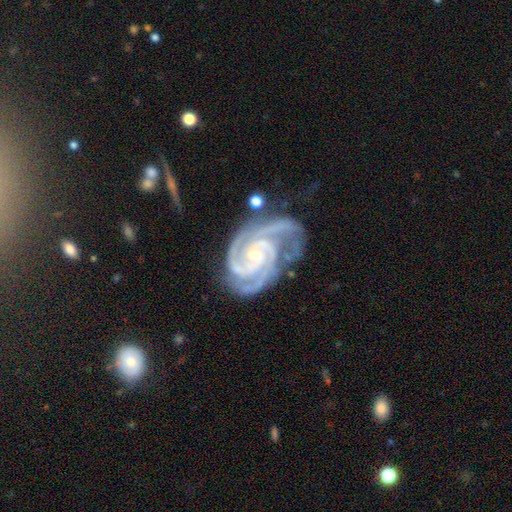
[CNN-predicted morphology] Overall: featured or disk (94%). Edge-on disk: no (98%). Bar: no (58%; weak 28%). Spiral arms: yes (99%). Spiral arm count: 3 (47%; 2 32%). Spiral winding: tight (67%; medium 30%). Bulge size: small (73%). Merging: none (56%; minor disturbance 27%).